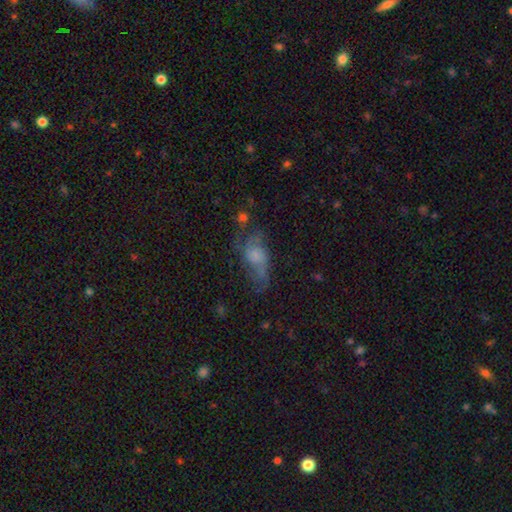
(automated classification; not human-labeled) This appears to be a featured or disk galaxy (54%). Merging: none (48%).